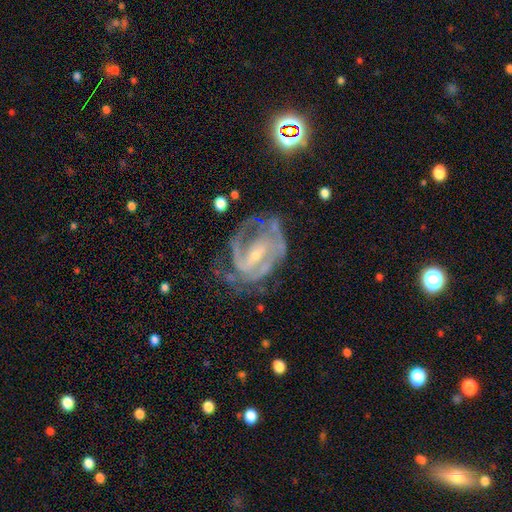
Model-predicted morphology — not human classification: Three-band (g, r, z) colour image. It shows a featured or disk galaxy (87%) with a weak bar (44%), 2 (48%) tight (45%) spiral arms (92%) and a small central bulge (70%). Merging: none (48%).